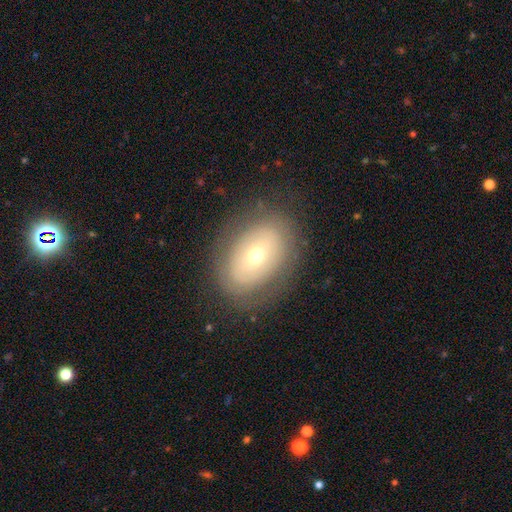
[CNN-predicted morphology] Overall: smooth (49%; featured or disk 42%). Merging: none (80%).